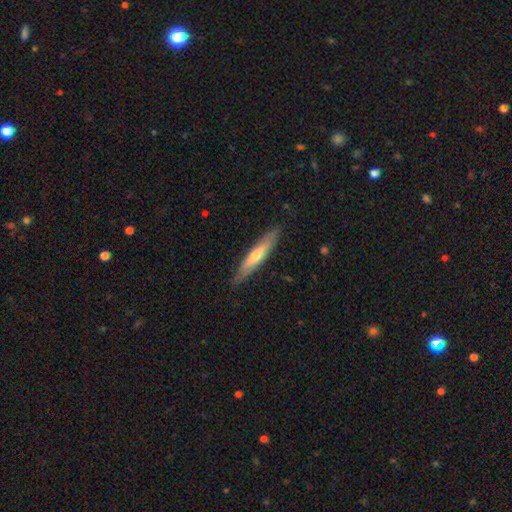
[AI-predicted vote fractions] A featured or disk galaxy (48%).

Vote fractions:
- Smooth or featured? featured or disk: 48% / smooth: 46% / star or artifact: 6%
- Merging? none: 89% / minor disturbance: 9% / major disturbance: 2% / merger: 1%